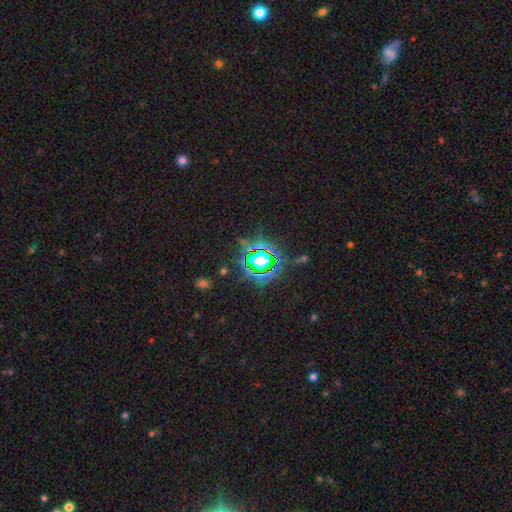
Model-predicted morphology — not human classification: Smooth or featured? star or artifact (79%)